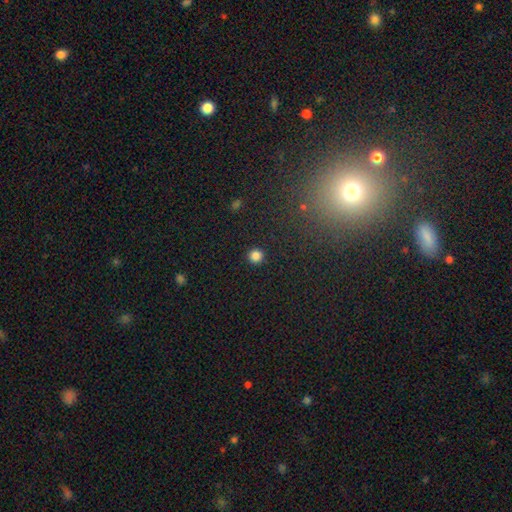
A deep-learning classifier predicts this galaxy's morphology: smooth_or_featured: smooth (p=0.84) [alt: star or artifact p=0.13]
how_rounded: round (p=0.94) [alt: in between p=0.05]
merging: none (p=0.93) [alt: minor disturbance p=0.04]